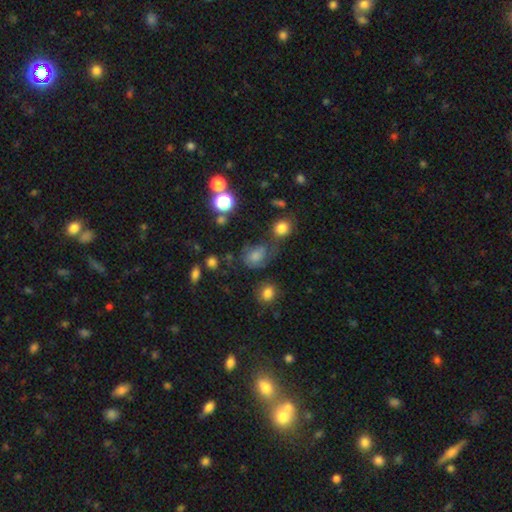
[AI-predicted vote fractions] Smooth or featured? smooth (59%)
How rounded? in between (55%)
Merging? none (42%)